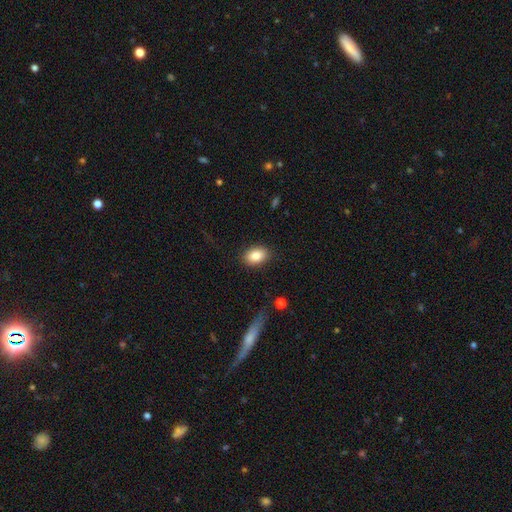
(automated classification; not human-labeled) Smooth or featured: smooth — 86% (star or artifact — 8%)
How rounded: in between — 82% (round — 17%)
Merging: none — 86% (minor disturbance — 9%)